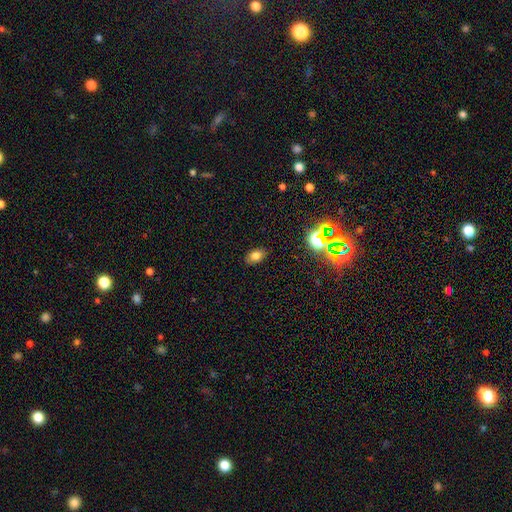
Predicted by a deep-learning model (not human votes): This appears to be a smooth galaxy with no disk features (76%) that is in between round and cigar-shaped (86%). Merging: none (86%).